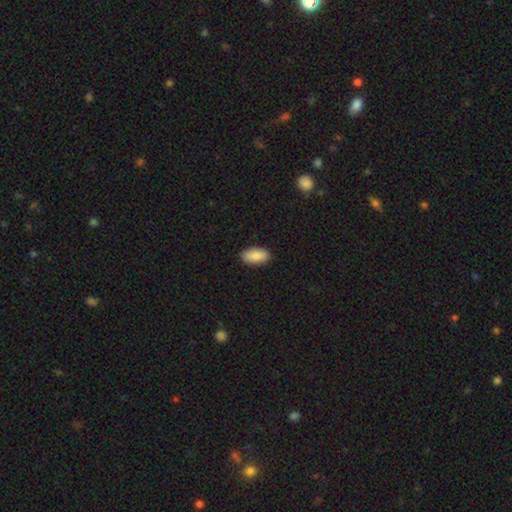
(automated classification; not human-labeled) Morphology: type=smooth (88%); roundness=in between (94%); merging=none (90%).